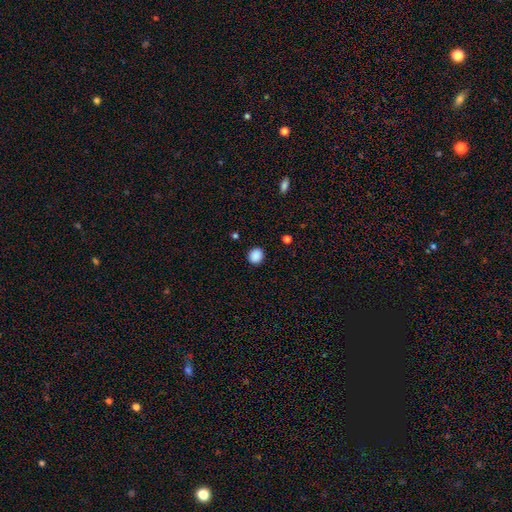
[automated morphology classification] The model was most divided on "how rounded": round: 79%, in between: 20%, cigar-shaped: 1%. More confident: merging — none (90%); smooth or featured — smooth (88%).